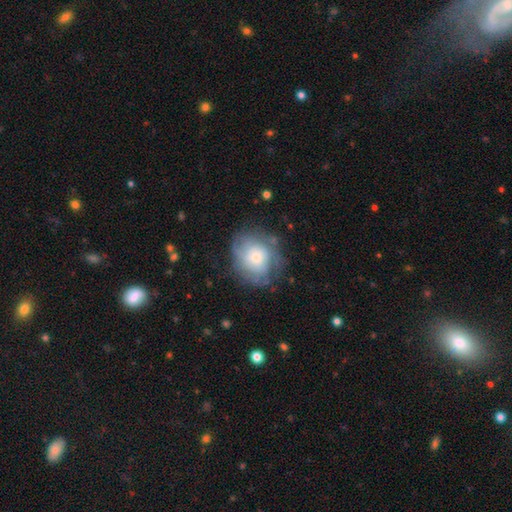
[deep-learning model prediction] Smooth or featured?
  - featured or disk: 48% *
  - smooth: 43%
  - star or artifact: 9%
Merging?
  - none: 69% *
  - minor disturbance: 20%
  - major disturbance: 10%
  - merger: 2%